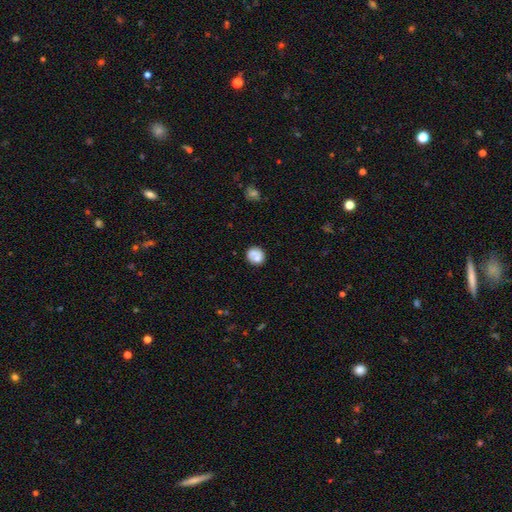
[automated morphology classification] smooth_or_featured: smooth (p=0.67) [alt: featured or disk p=0.25]
how_rounded: round (p=0.79) [alt: in between p=0.20]
merging: none (p=0.60) [alt: minor disturbance p=0.17]